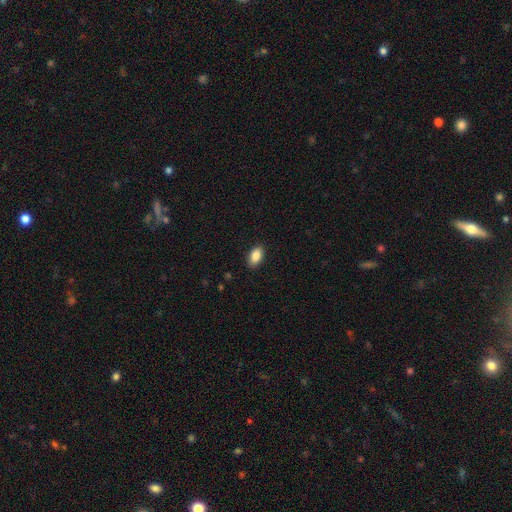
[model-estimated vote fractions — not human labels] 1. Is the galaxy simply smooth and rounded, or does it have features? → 87% smooth, 7% star or artifact, 5% featured or disk.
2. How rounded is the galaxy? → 92% in between, 5% round, 2% cigar-shaped.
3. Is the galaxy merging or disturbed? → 89% none, 8% minor disturbance, 2% major disturbance, 1% merger.